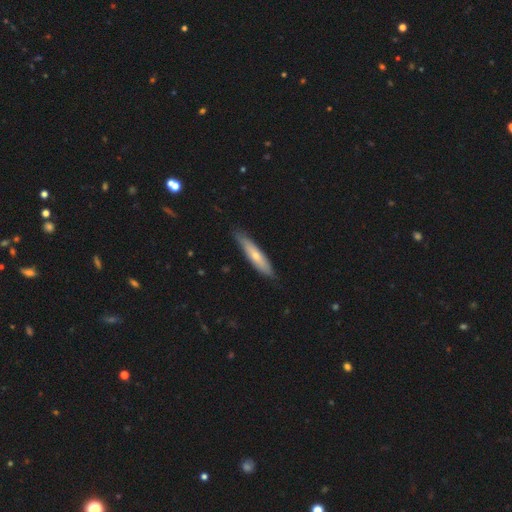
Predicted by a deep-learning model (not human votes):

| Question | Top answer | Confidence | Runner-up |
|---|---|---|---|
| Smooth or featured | smooth | 56% | featured or disk (39%) |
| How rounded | cigar-shaped | 82% | in between (16%) |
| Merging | none | 82% | minor disturbance (15%) |